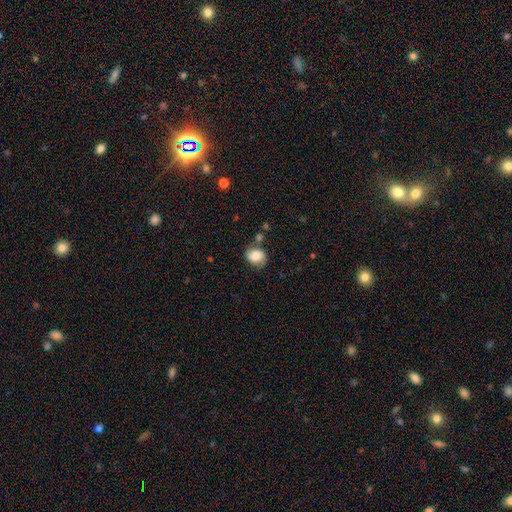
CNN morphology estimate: Smooth or featured: smooth — 71% (featured or disk — 20%)
How rounded: round — 51% (in between — 48%)
Merging: none — 56% (minor disturbance — 26%)